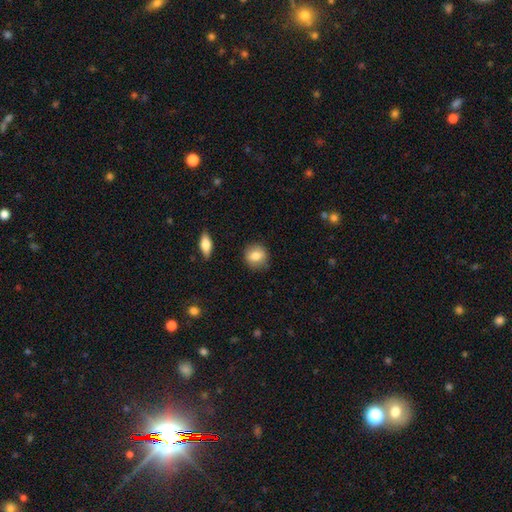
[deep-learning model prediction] Smooth or featured: smooth — 80% (featured or disk — 12%)
How rounded: round — 83% (in between — 16%)
Merging: none — 86% (minor disturbance — 10%)